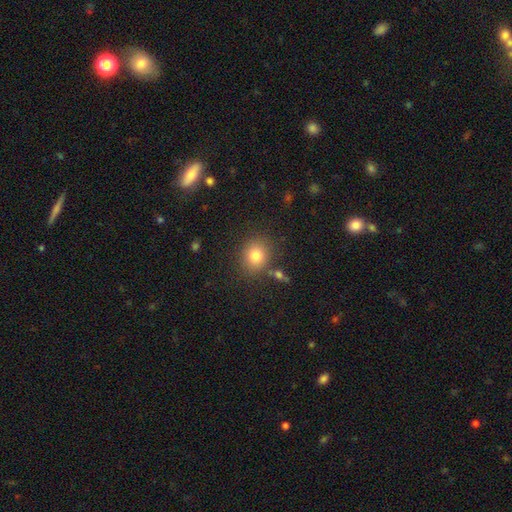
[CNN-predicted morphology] The model was most divided on "how rounded": round: 73%, in between: 26%, cigar-shaped: 1%. More confident: merging — none (81%); smooth or featured — smooth (81%).